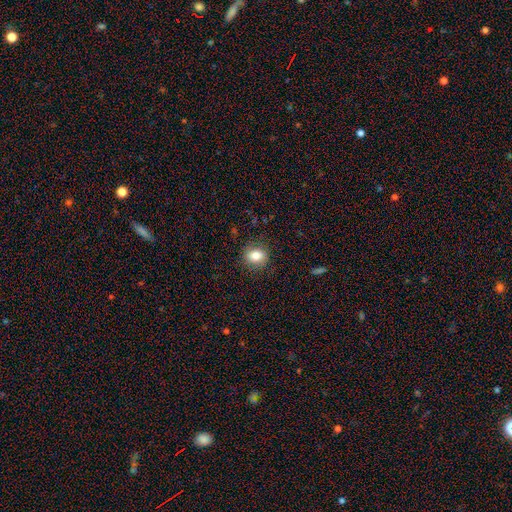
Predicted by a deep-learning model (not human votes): Smooth or featured? smooth (81%)
How rounded? round (62%)
Merging? none (84%)